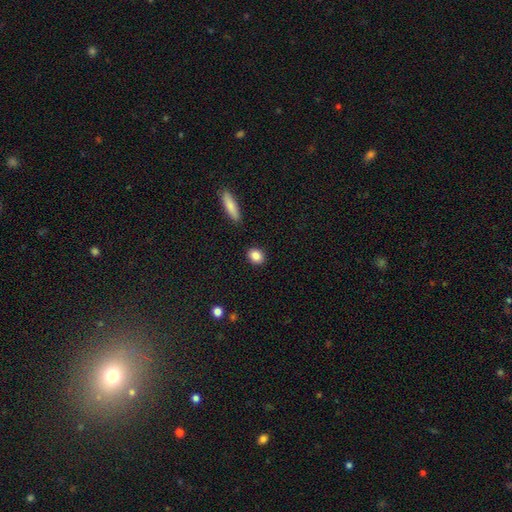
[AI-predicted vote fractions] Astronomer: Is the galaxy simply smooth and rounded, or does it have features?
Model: smooth — 87%.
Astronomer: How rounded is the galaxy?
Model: round — 49%, tied with in between at 49%.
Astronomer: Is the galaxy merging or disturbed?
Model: none — 89%.